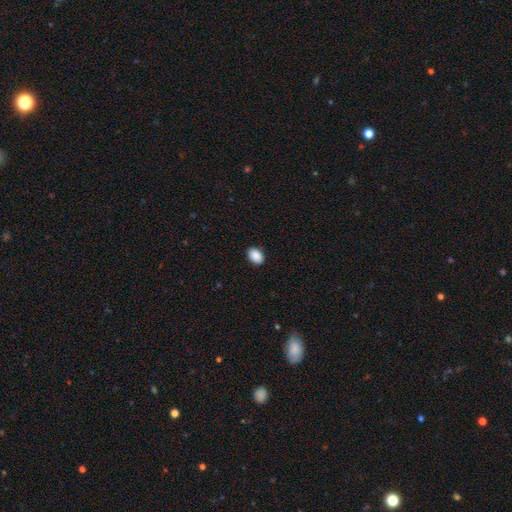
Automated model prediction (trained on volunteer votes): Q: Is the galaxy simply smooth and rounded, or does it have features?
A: smooth — 90%.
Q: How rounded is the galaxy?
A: in between — 83%.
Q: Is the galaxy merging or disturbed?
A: none — 90%.